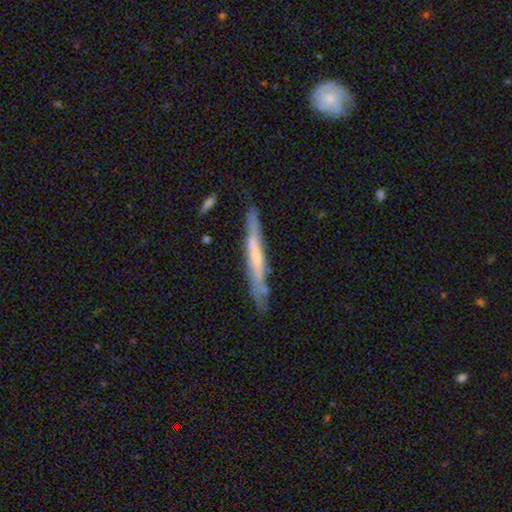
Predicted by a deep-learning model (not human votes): Smooth or featured: featured or disk — 57% (smooth — 38%)
Edge-on disk: yes — 87% (no — 13%)
Merging: none — 77% (minor disturbance — 17%)